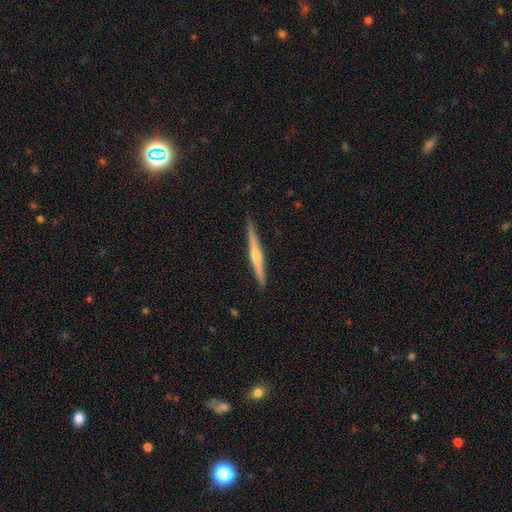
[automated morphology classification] The model was most divided on "smooth or featured": featured or disk: 75%, smooth: 19%, star or artifact: 6%. More confident: edge-on disk — yes (98%); merging — none (92%); edge-on bulge — rounded (82%).